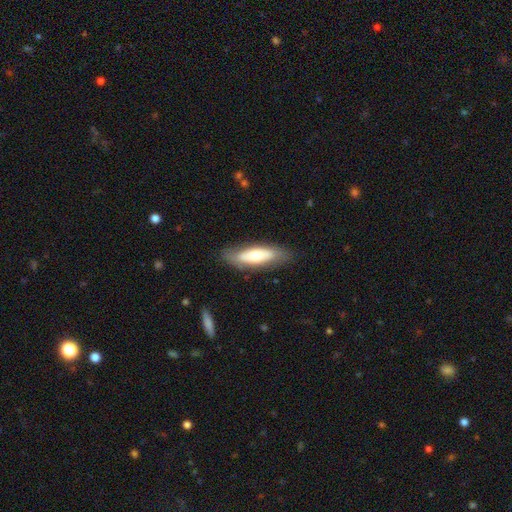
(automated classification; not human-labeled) Smooth or featured?
  - smooth: 59% *
  - featured or disk: 35%
  - star or artifact: 6%
How rounded?
  - in between: 54% *
  - cigar-shaped: 44%
  - round: 2%
Merging?
  - none: 79% *
  - minor disturbance: 15%
  - major disturbance: 4%
  - merger: 1%